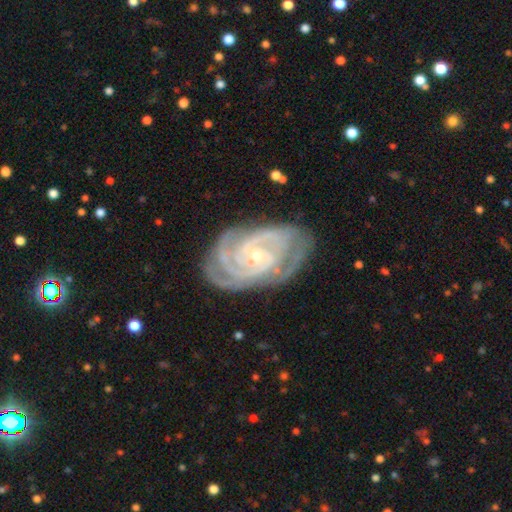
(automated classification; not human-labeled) Q: Smooth or featured?
A: featured or disk (91%); runner-up: star or artifact (5%)
Q: Edge-on disk?
A: no (97%); runner-up: yes (3%)
Q: Bar?
A: no (58%); runner-up: weak (31%)
Q: Spiral arms?
A: yes (98%); runner-up: no (2%)
Q: Spiral winding?
A: tight (75%); runner-up: medium (22%)
Q: Spiral arm count?
A: 3 (33%); runner-up: 2 (20%)
Q: Bulge size?
A: small (79%); runner-up: moderate (18%)
Q: Merging?
A: none (73%); runner-up: minor disturbance (19%)